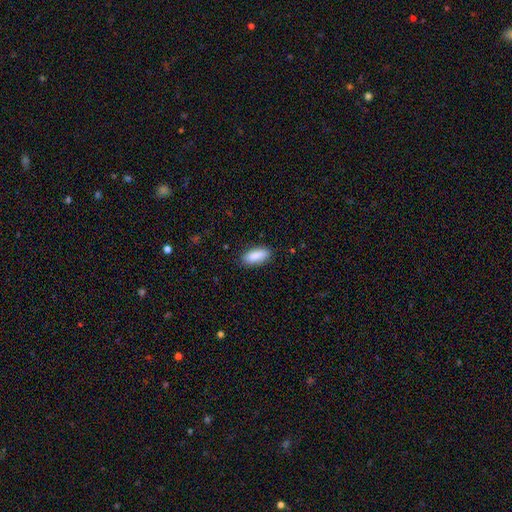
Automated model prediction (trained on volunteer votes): Q: Smooth or featured?
A: smooth (89%); runner-up: star or artifact (6%)
Q: How rounded?
A: in between (81%); runner-up: cigar-shaped (17%)
Q: Merging?
A: none (86%); runner-up: minor disturbance (10%)